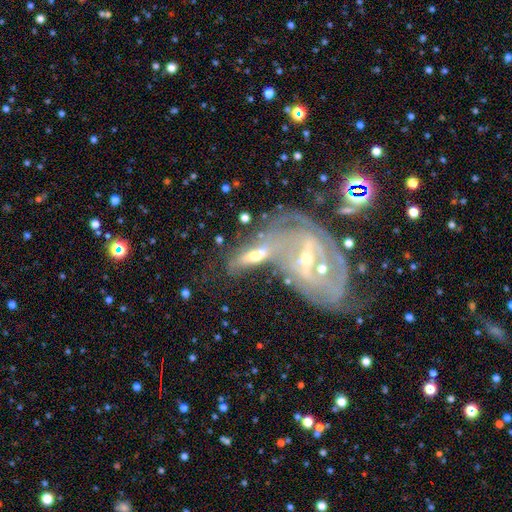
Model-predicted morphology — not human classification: Q: Smooth or featured?
A: featured or disk (57%); runner-up: smooth (32%)
Q: Edge-on disk?
A: no (71%); runner-up: yes (29%)
Q: Merging?
A: merger (48%); runner-up: none (26%)